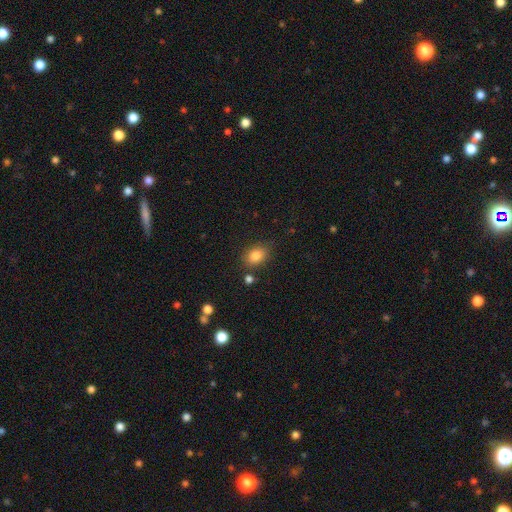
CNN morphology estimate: smooth-or-featured: smooth: 84% | star or artifact: 10% | featured or disk: 6%
  how-rounded: in between: 70% | round: 28% | cigar-shaped: 1%
  merging: none: 80% | minor disturbance: 12% | merger: 5% | major disturbance: 3%